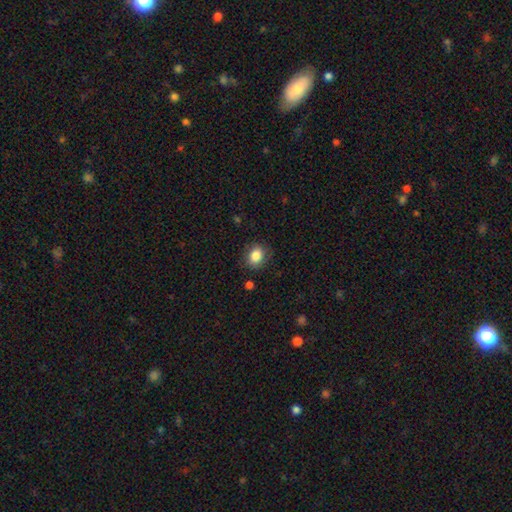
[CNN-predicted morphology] This appears to be a smooth galaxy with no disk features (85%) that is round (51%). Merging: none (82%).